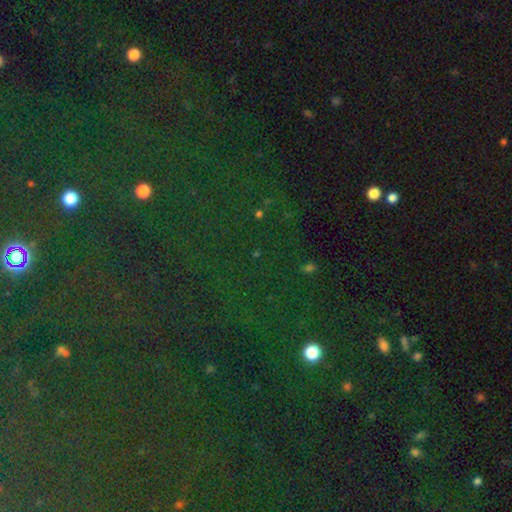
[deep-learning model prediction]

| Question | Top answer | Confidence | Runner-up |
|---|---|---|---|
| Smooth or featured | star or artifact | 82% | smooth (11%) |